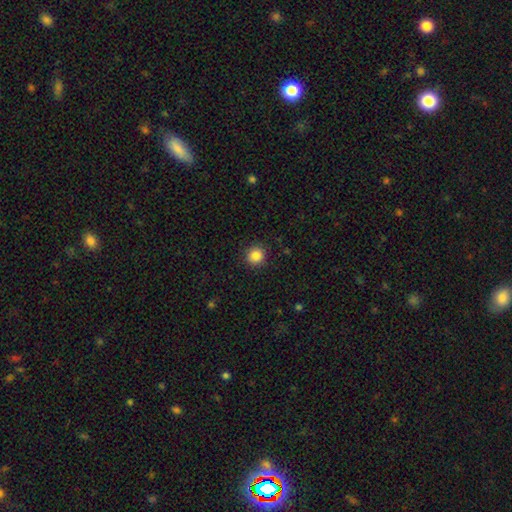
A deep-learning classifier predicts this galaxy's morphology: The model was most divided on "smooth or featured": smooth: 86%, star or artifact: 10%, featured or disk: 4%. More confident: how rounded — round (93%); merging — none (91%).